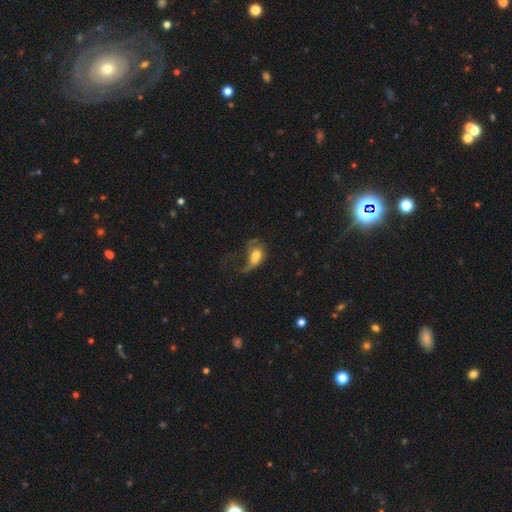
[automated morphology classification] Smooth or featured: smooth — 51% (featured or disk — 39%)
How rounded: in between — 77% (round — 19%)
Merging: major disturbance — 59% (none — 19%)